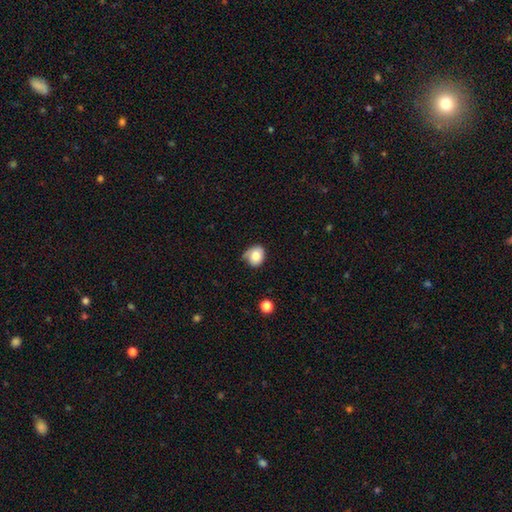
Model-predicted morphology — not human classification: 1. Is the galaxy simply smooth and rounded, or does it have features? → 78% smooth, 13% featured or disk, 9% star or artifact.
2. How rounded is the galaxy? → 62% round, 37% in between, 1% cigar-shaped.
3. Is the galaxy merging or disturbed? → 50% none, 37% minor disturbance, 10% major disturbance, 3% merger.